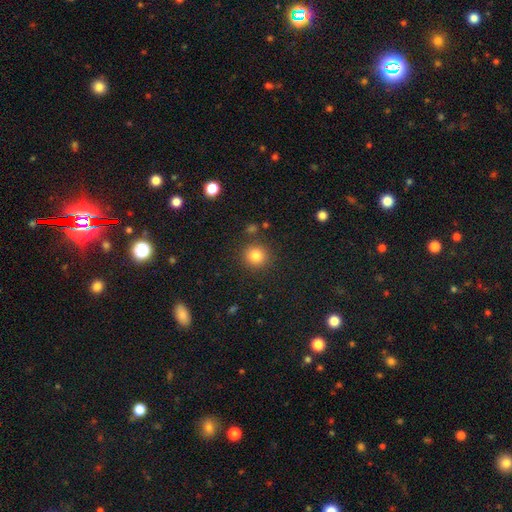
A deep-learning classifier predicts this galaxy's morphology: Smooth or featured: smooth — 83% (star or artifact — 11%)
How rounded: round — 91% (in between — 8%)
Merging: none — 87% (minor disturbance — 7%)